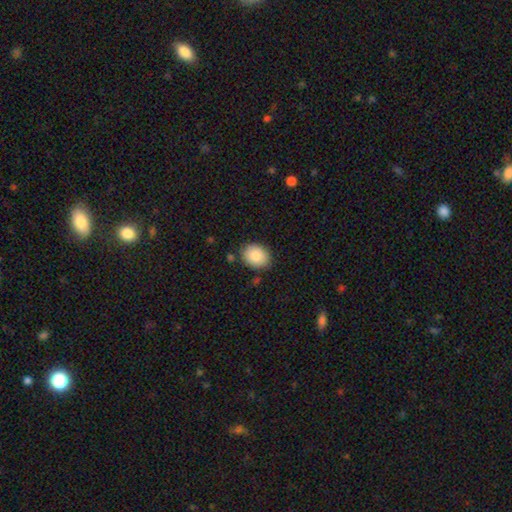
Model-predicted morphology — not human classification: The model was most divided on "how rounded": in between: 55%, round: 45%, cigar-shaped: 1%. More confident: smooth or featured — smooth (85%); merging — none (84%).